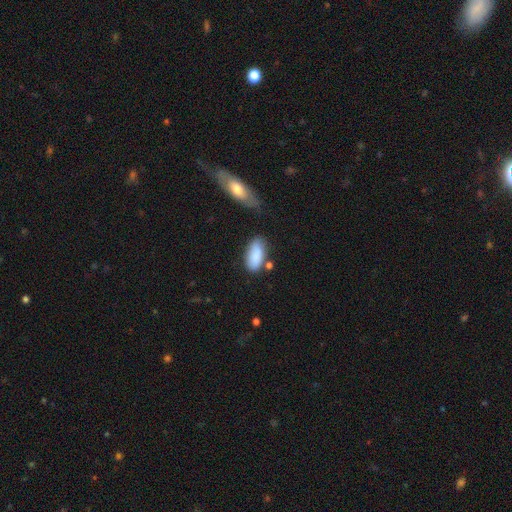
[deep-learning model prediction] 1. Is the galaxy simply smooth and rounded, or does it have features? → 87% smooth, 7% featured or disk, 6% star or artifact.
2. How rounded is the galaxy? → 90% in between, 7% cigar-shaped, 2% round.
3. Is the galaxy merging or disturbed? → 61% none, 23% minor disturbance, 10% merger, 6% major disturbance.